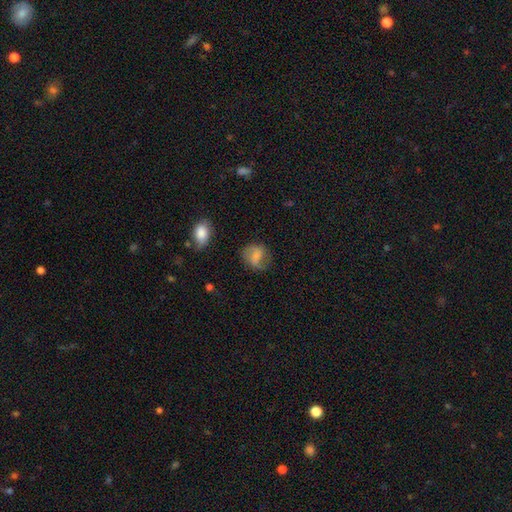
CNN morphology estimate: A smooth galaxy with no disk features (60%) that is round (59%).

Vote fractions:
- Smooth or featured? smooth: 60% / featured or disk: 31% / star or artifact: 9%
- How rounded? round: 59% / in between: 40% / cigar-shaped: 1%
- Merging? none: 62% / minor disturbance: 24% / major disturbance: 12% / merger: 2%